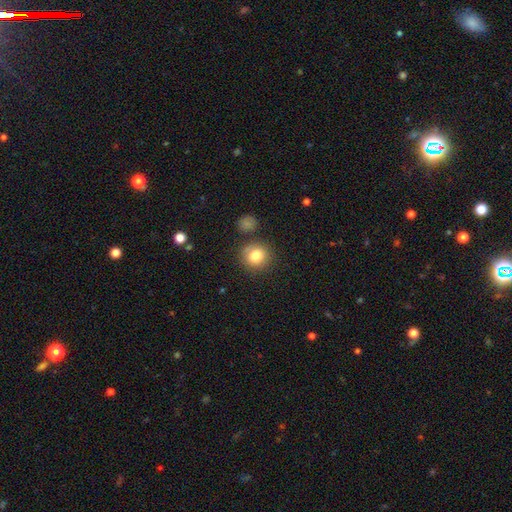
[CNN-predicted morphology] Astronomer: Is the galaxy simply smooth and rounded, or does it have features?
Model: smooth — 82%.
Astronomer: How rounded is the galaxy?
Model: round — 87%.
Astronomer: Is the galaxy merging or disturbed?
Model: none — 79%.